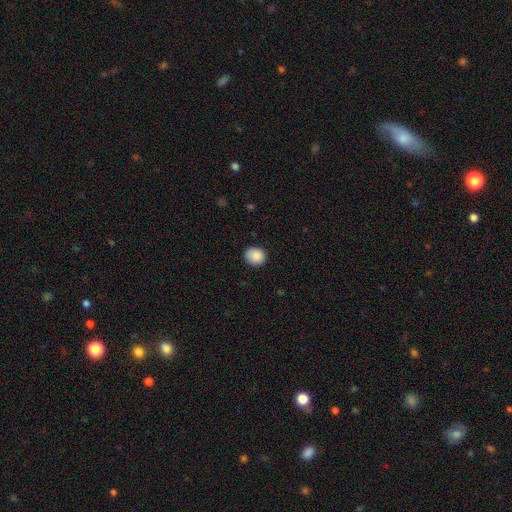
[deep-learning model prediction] Smooth or featured? Predicted: smooth (p=0.88). How rounded? Predicted: round (p=0.74). Merging? Predicted: none (p=0.83).